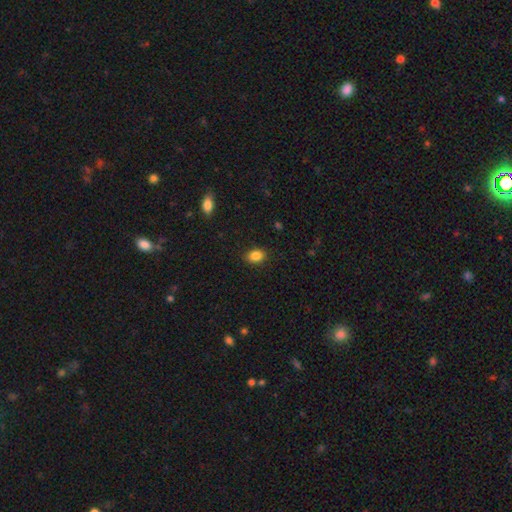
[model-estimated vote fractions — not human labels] A smooth galaxy with no disk features (86%) that is in between round and cigar-shaped (71%).

Vote fractions:
- Smooth or featured? smooth: 86% / star or artifact: 9% / featured or disk: 4%
- How rounded? in between: 71% / round: 28% / cigar-shaped: 1%
- Merging? none: 88% / minor disturbance: 9% / major disturbance: 2% / merger: 1%